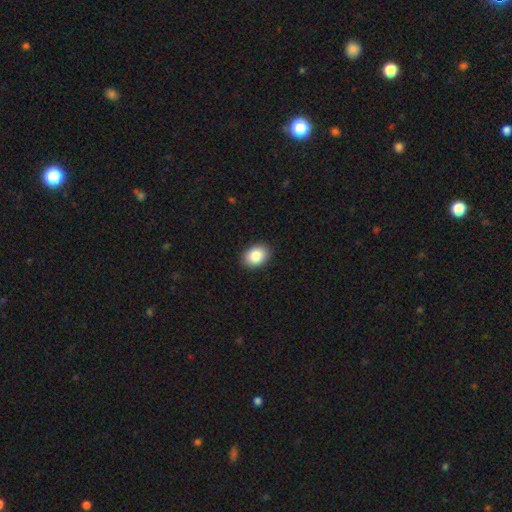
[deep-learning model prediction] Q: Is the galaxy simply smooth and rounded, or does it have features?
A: smooth — 86%.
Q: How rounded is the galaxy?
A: in between — 73%.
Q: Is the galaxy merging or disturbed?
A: none — 90%.